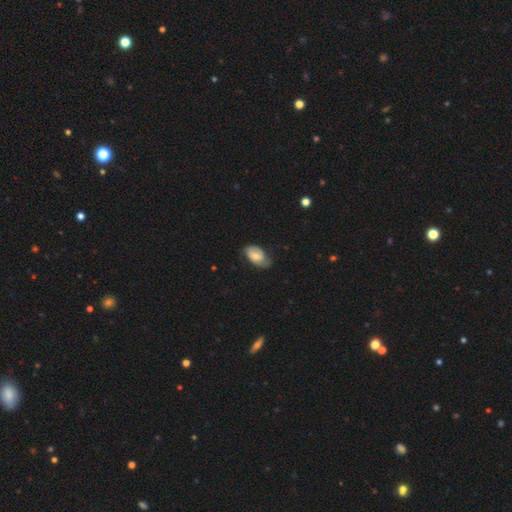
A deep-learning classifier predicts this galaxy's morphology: smooth 48%, featured or disk 45%, star or artifact 7%. Down the decision tree: merging — none (62%).